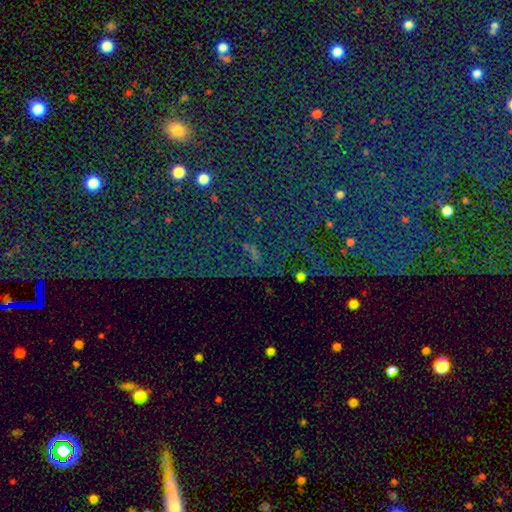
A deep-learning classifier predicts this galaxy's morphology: star or artifact 78%, smooth 13%, featured or disk 9%.